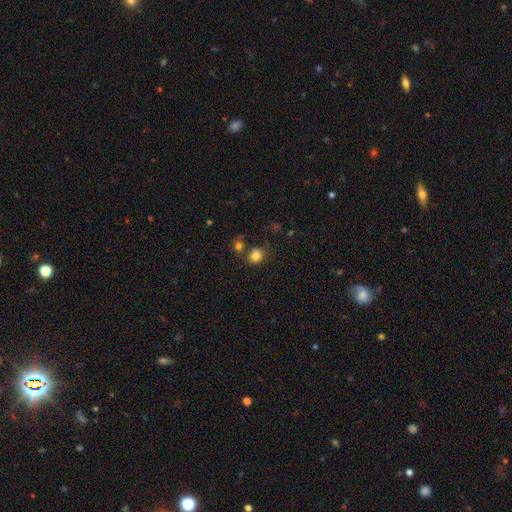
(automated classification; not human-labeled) This appears to be a smooth galaxy with no disk features (82%) that is round (83%). Merging: none (69%).